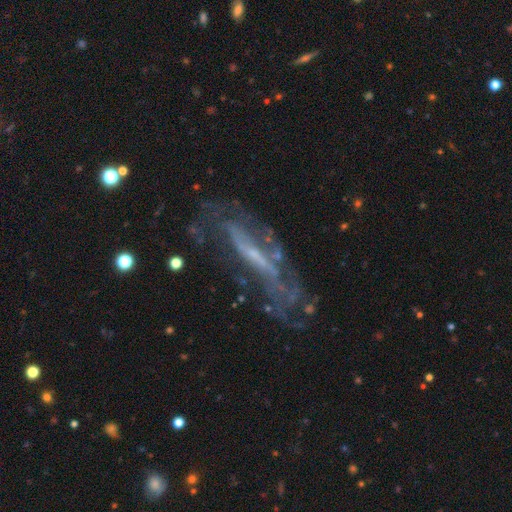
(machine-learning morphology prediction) Overall: featured or disk (75%). Edge-on disk: no (63%; yes 37%). Merging: none (59%; minor disturbance 20%).